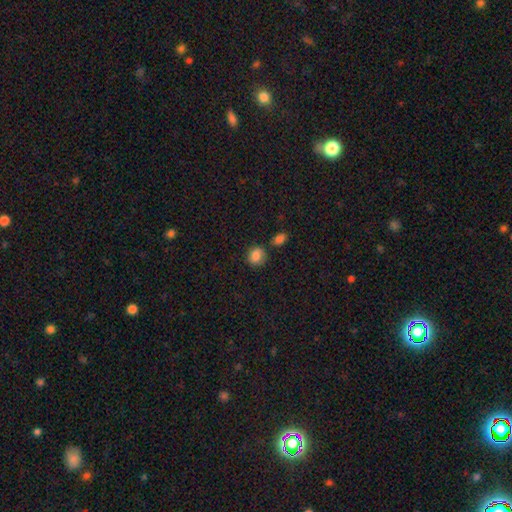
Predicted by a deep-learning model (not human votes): Smooth or featured? smooth (84%)
How rounded? round (66%)
Merging? none (72%)